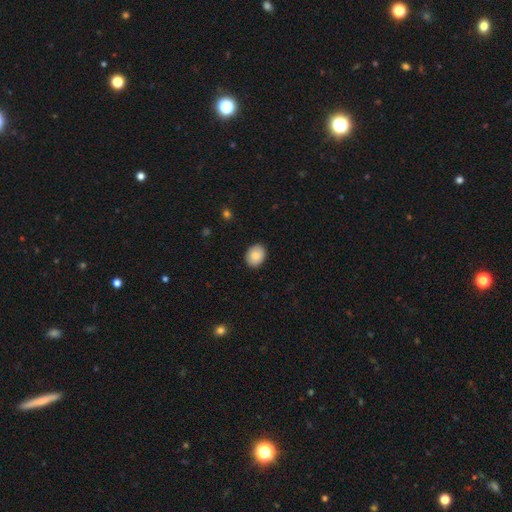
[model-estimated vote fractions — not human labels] A smooth galaxy with no disk features (86%) that is in between round and cigar-shaped (52%).

Vote fractions:
- Smooth or featured? smooth: 86% / star or artifact: 7% / featured or disk: 7%
- How rounded? in between: 52% / round: 47% / cigar-shaped: 1%
- Merging? none: 88% / minor disturbance: 9% / major disturbance: 2% / merger: 1%